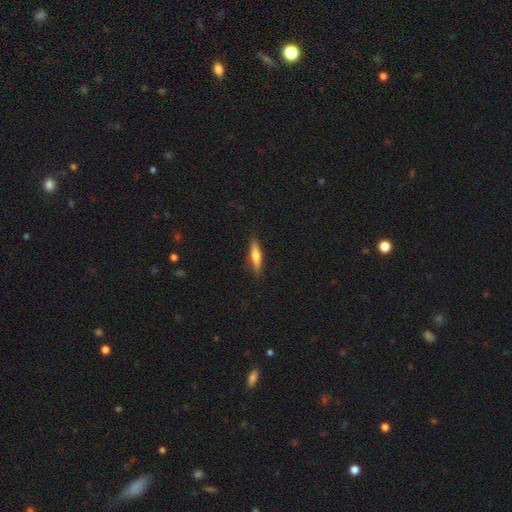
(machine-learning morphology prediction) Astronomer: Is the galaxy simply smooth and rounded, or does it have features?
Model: smooth — 61%.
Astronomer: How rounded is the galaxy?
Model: cigar-shaped — 77%.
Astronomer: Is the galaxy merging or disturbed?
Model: none — 86%.